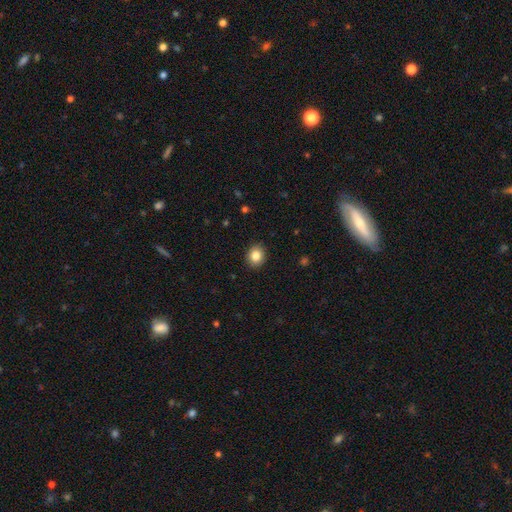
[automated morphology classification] A smooth galaxy with no disk features (84%) that is round (66%). Merging: none (91%).